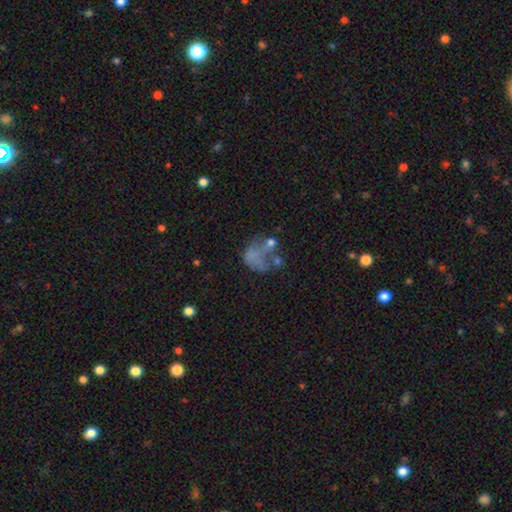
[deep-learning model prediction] This is marginally a smooth galaxy (44%). Merging: marginally major disturbance (36%).